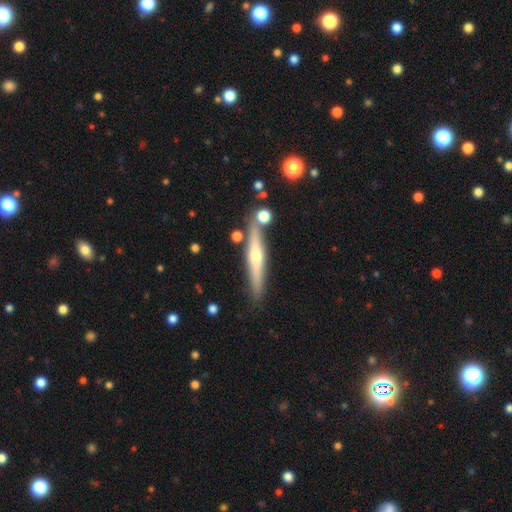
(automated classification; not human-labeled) Smooth or featured? featured or disk (66%)
Edge-on disk? yes (95%)
Edge-on bulge? rounded (83%)
Merging? none (79%)